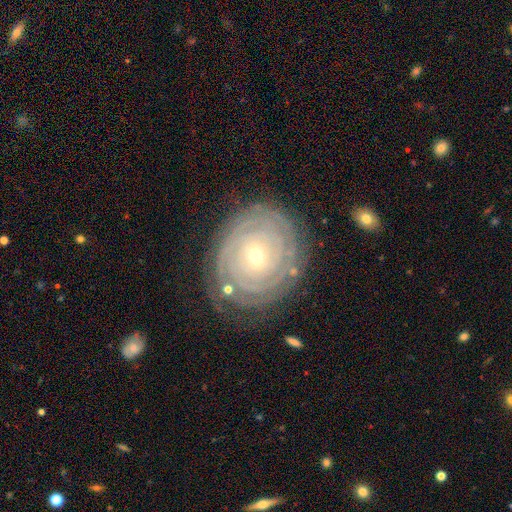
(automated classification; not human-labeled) A featured or disk galaxy (85%) with no bar (51%), tight (90%) spiral arms (96%) and a small central bulge (74%).

Vote fractions:
- Smooth or featured? featured or disk: 85% / smooth: 9% / star or artifact: 6%
- Edge-on disk? no: 97% / yes: 3%
- Bar? no: 51% / weak: 36% / strong: 13%
- Spiral arms? yes: 96% / no: 4%
- Spiral winding? tight: 90% / medium: 8% / loose: 2%
- Spiral arm count? can't tell: 38% / 4: 19% / 2: 14% / 3: 13% / more than 4: 11% / 1: 6%
- Bulge size? small: 74% / moderate: 23% / large: 1% / none: 1% / dominant: 1%
- Merging? none: 78% / minor disturbance: 15% / major disturbance: 5% / merger: 2%